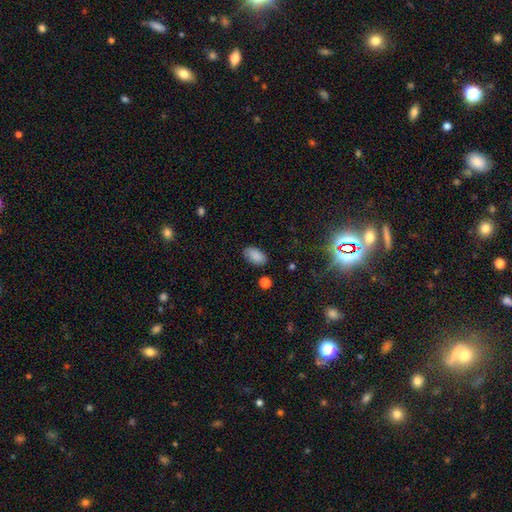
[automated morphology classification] type=smooth (87%); roundness=in between (94%); merging=none (85%).